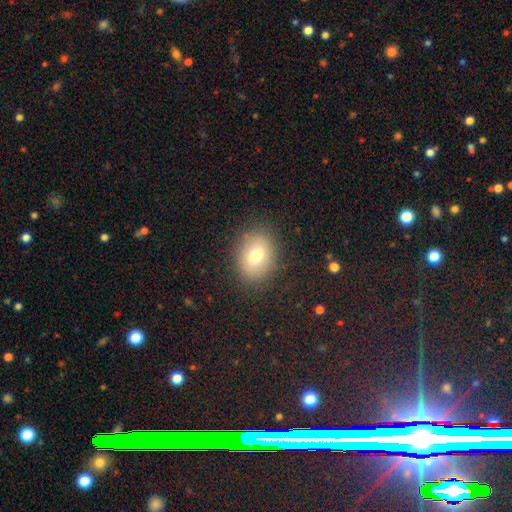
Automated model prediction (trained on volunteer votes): Smooth or featured? smooth (73%)
How rounded? in between (64%)
Merging? none (84%)